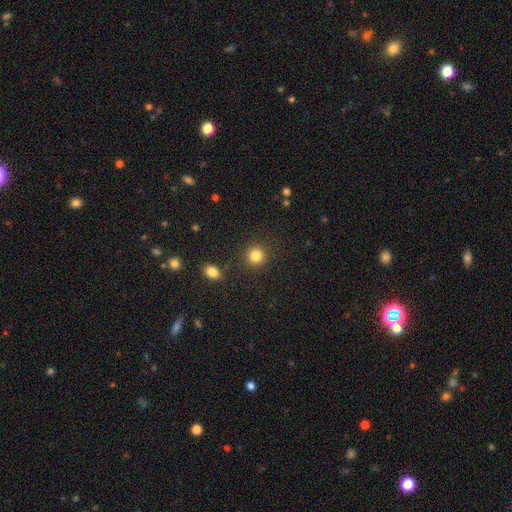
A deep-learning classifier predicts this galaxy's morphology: A smooth galaxy with no disk features (84%) that is round (92%). Merging: none (89%).